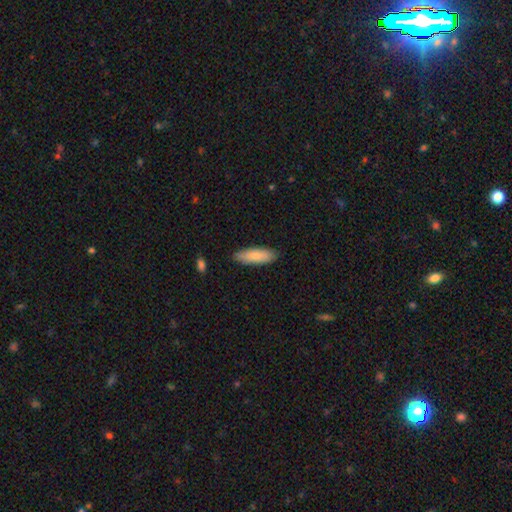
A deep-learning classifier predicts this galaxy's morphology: smooth_or_featured: smooth (p=0.86) [alt: featured or disk p=0.09]
how_rounded: cigar-shaped (p=0.51) [alt: in between p=0.47]
merging: none (p=0.86) [alt: minor disturbance p=0.11]